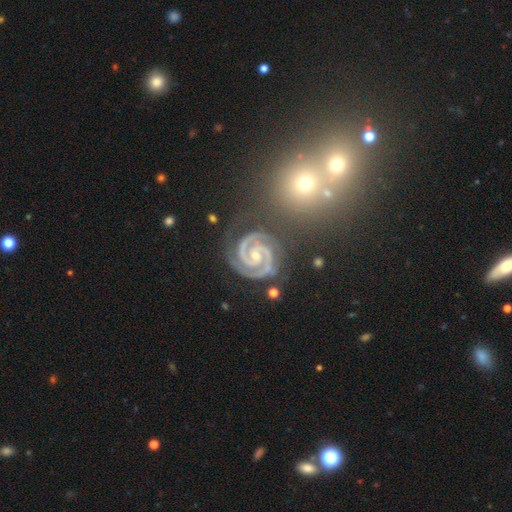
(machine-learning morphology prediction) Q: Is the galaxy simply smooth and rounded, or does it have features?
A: featured or disk — 93%.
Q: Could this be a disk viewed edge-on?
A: no — 98%.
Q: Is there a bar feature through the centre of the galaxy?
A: no — 51%.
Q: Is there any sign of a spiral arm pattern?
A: yes — 99%.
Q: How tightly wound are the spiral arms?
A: tight — 75%.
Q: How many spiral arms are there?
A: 2 — 86%.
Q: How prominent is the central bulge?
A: small — 65%.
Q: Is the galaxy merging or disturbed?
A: none — 77%.